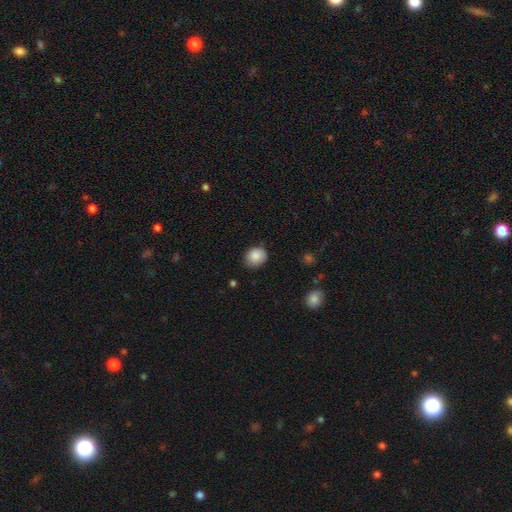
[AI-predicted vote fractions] Smooth or featured? Predicted: smooth (p=0.86). How rounded? Predicted: round (p=0.70). Merging? Predicted: none (p=0.76).